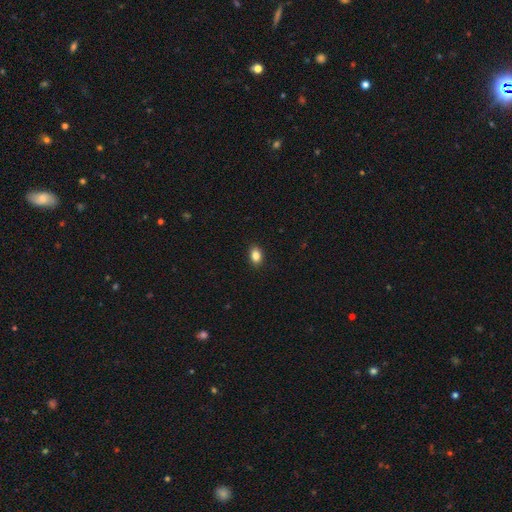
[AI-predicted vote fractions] Smooth or featured: smooth — 85% (star or artifact — 9%)
How rounded: in between — 80% (round — 19%)
Merging: none — 90% (minor disturbance — 8%)